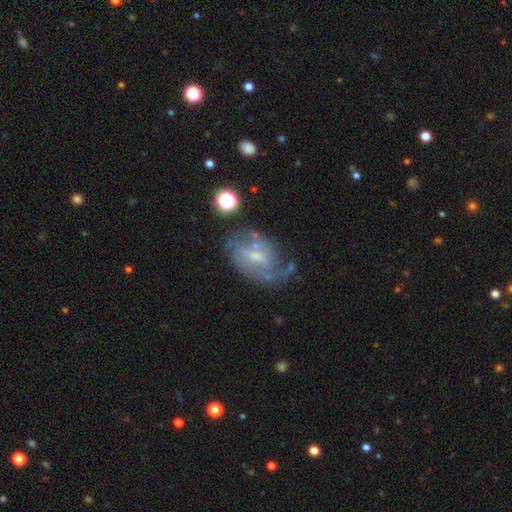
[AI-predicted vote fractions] This appears to be a featured or disk galaxy (74%) with a weak bar (56%), 2 (51%) medium (43%) spiral arms (85%) and a small central bulge (54%). Merging: none (56%).